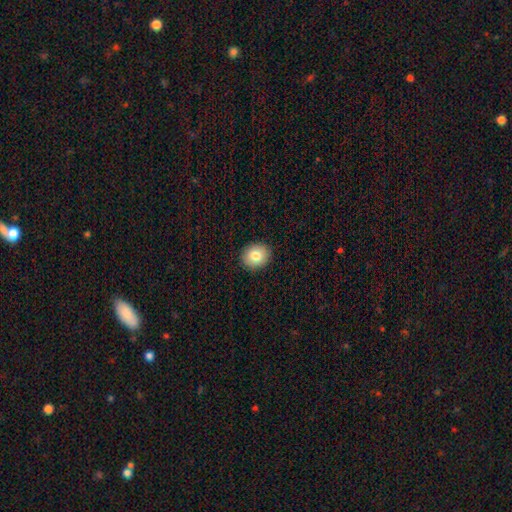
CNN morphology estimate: Smooth or featured? Predicted: smooth (p=0.81). How rounded? Predicted: round (p=0.60). Merging? Predicted: none (p=0.90).